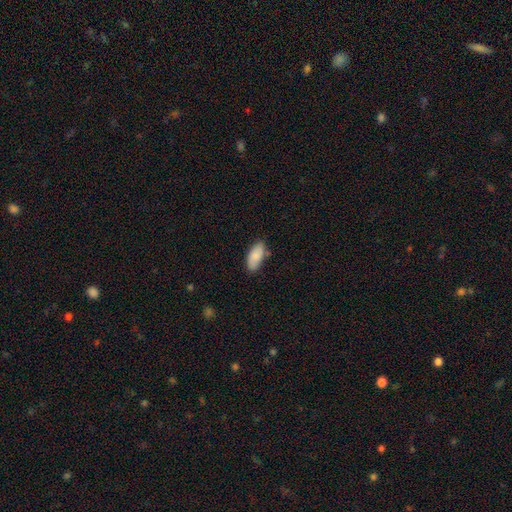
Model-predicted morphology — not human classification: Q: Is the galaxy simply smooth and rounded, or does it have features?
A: smooth — 85%.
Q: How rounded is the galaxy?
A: in between — 89%.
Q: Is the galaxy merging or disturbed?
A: none — 76%.